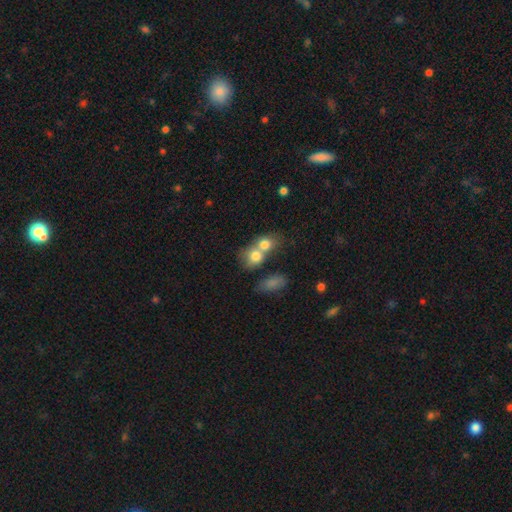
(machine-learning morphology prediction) This is likely a smooth galaxy (76%). How rounded: possibly round (56%). Merging: likely merger (67%).